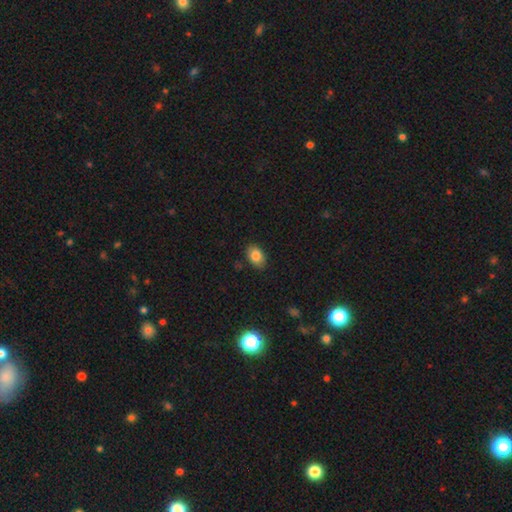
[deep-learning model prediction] A smooth galaxy with no disk features (84%) that is in between round and cigar-shaped (84%). Merging: none (83%).